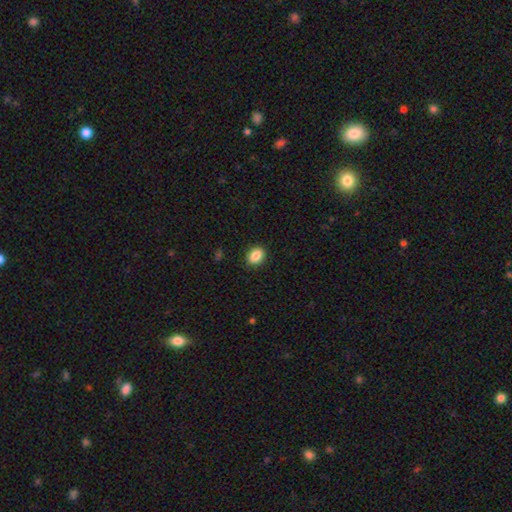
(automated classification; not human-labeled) Morphology: type=smooth (87%); roundness=in between (70%); merging=none (90%).